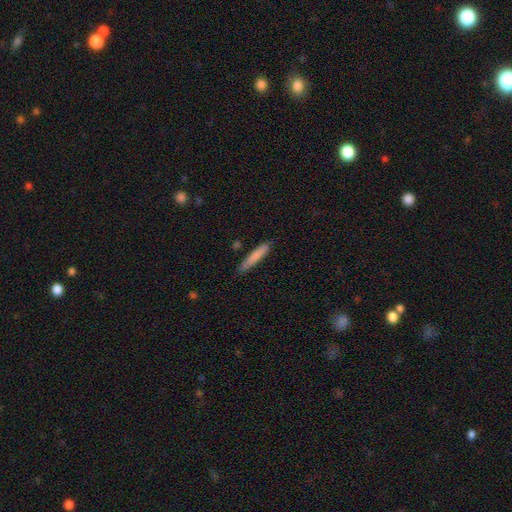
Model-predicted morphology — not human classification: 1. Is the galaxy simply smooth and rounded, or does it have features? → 80% smooth, 13% featured or disk, 6% star or artifact.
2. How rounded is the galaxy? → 92% cigar-shaped, 6% in between, 1% round.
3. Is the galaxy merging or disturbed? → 81% none, 15% minor disturbance, 2% major disturbance, 2% merger.